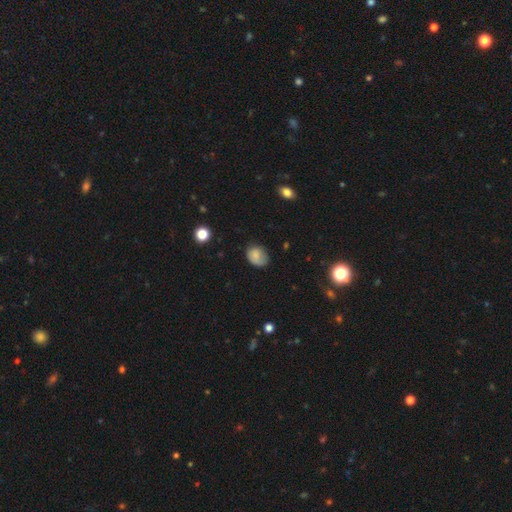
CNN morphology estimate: Q: Smooth or featured?
A: smooth (80%); runner-up: featured or disk (10%)
Q: How rounded?
A: in between (60%); runner-up: round (39%)
Q: Merging?
A: none (61%); runner-up: minor disturbance (29%)